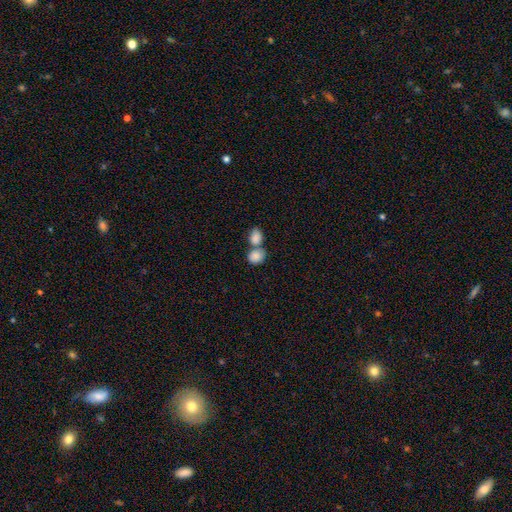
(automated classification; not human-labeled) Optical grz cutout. It shows a smooth galaxy with no disk features (86%) that is round (57%). Merging: merger (59%).